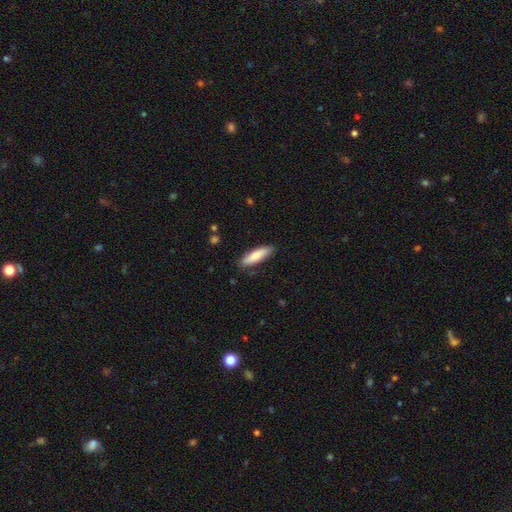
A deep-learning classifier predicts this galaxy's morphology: Smooth or featured?
  - smooth: 80% *
  - featured or disk: 14%
  - star or artifact: 6%
How rounded?
  - cigar-shaped: 60% *
  - in between: 38%
  - round: 1%
Merging?
  - none: 86% *
  - minor disturbance: 11%
  - major disturbance: 2%
  - merger: 1%